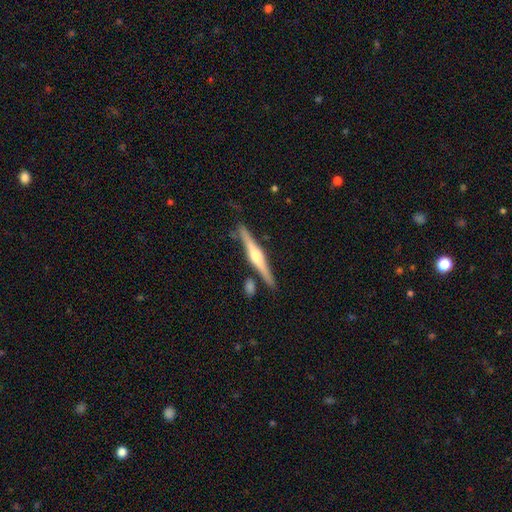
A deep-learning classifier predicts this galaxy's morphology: The model was most divided on "smooth or featured": featured or disk: 77%, smooth: 17%, star or artifact: 5%. More confident: edge-on disk — yes (98%); edge-on bulge — rounded (86%); merging — none (84%).